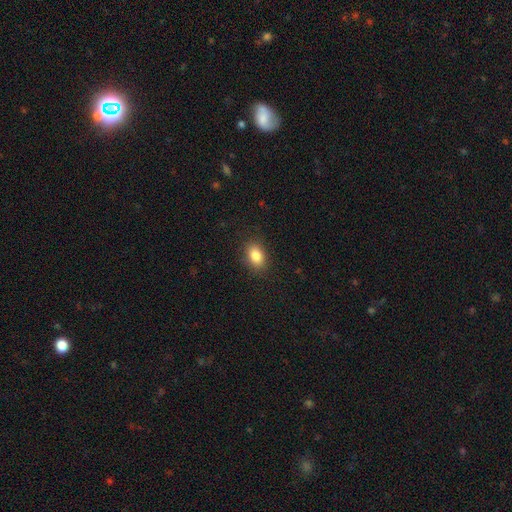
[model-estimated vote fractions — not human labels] Q: Smooth or featured?
A: smooth (85%); runner-up: star or artifact (9%)
Q: How rounded?
A: in between (82%); runner-up: round (16%)
Q: Merging?
A: none (87%); runner-up: minor disturbance (9%)